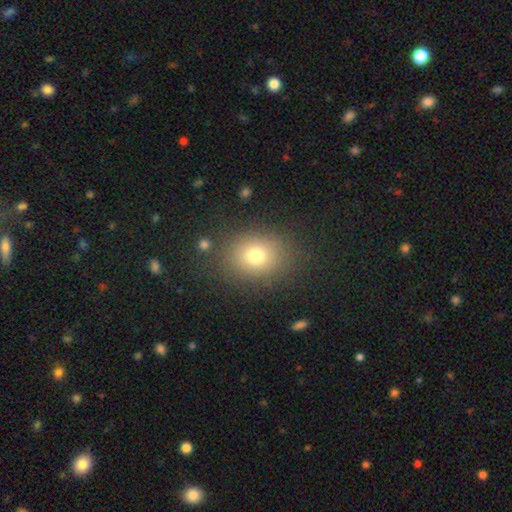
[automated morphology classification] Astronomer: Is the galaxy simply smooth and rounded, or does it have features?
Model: smooth — 76%.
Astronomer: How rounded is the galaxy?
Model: round — 51% (runner-up: in between, 48%).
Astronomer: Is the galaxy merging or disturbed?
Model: none — 83%.